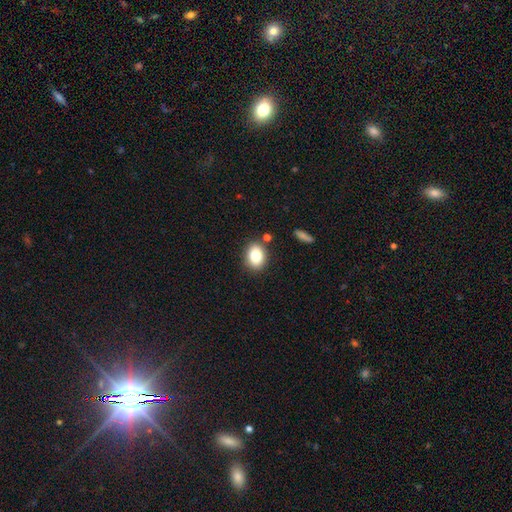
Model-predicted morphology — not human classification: Smooth or featured?
  - smooth: 81% *
  - featured or disk: 10%
  - star or artifact: 10%
How rounded?
  - in between: 67% *
  - round: 31%
  - cigar-shaped: 1%
Merging?
  - none: 82% *
  - minor disturbance: 10%
  - merger: 5%
  - major disturbance: 3%